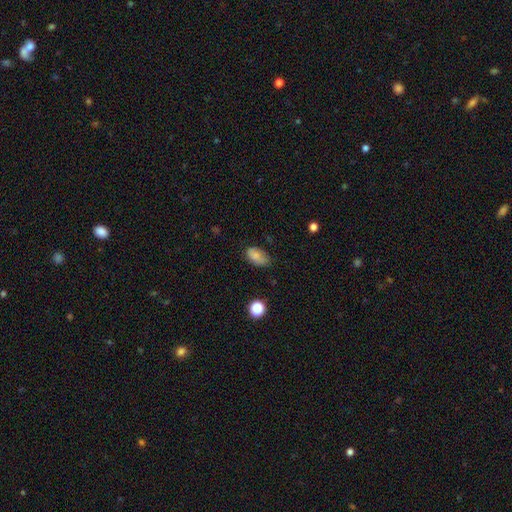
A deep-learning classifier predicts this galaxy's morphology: Q: Smooth or featured?
A: smooth (82%); runner-up: star or artifact (10%)
Q: How rounded?
A: in between (90%); runner-up: round (8%)
Q: Merging?
A: none (64%); runner-up: minor disturbance (28%)